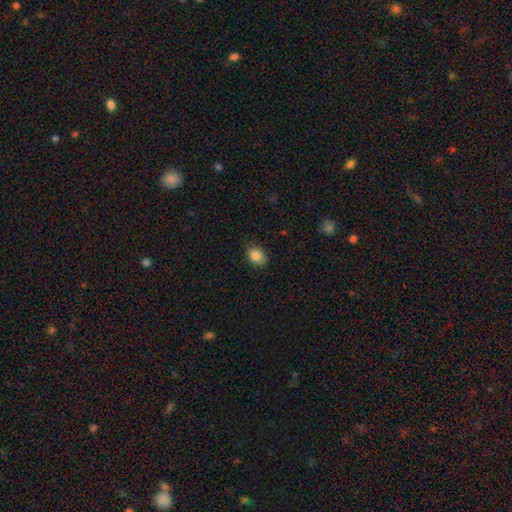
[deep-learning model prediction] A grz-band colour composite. It shows a smooth galaxy with no disk features (85%) that is in between round and cigar-shaped (60%). Merging: none (81%).